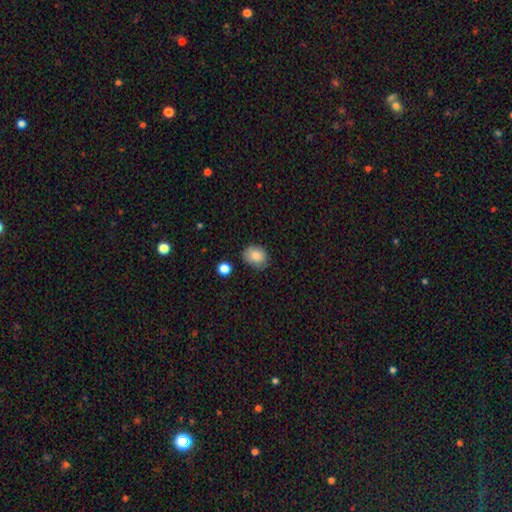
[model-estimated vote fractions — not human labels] smooth 84%, star or artifact 9%, featured or disk 7%. Down the decision tree: how rounded — round (51%); merging — none (74%).